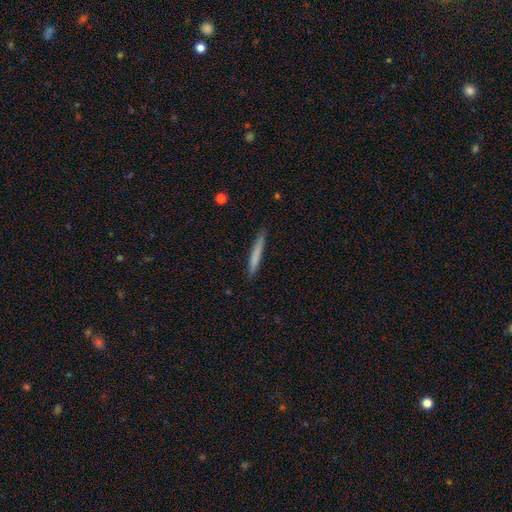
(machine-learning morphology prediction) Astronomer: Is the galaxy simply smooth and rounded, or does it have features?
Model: smooth — 72%.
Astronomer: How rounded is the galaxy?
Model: cigar-shaped — 96%.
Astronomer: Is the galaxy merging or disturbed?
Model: none — 87%.